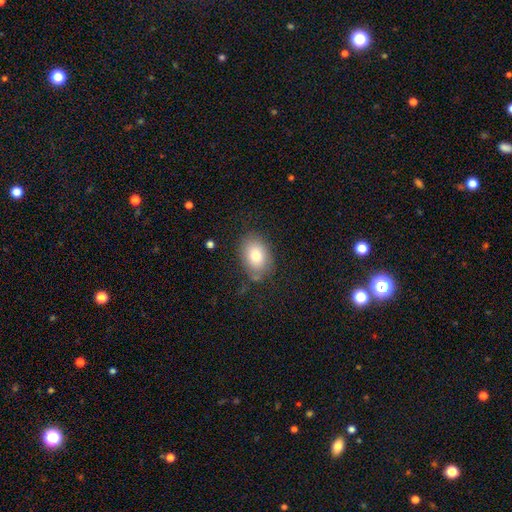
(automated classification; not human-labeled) This appears to be a smooth galaxy with no disk features (79%) that is in between round and cigar-shaped (78%). Merging: none (75%).